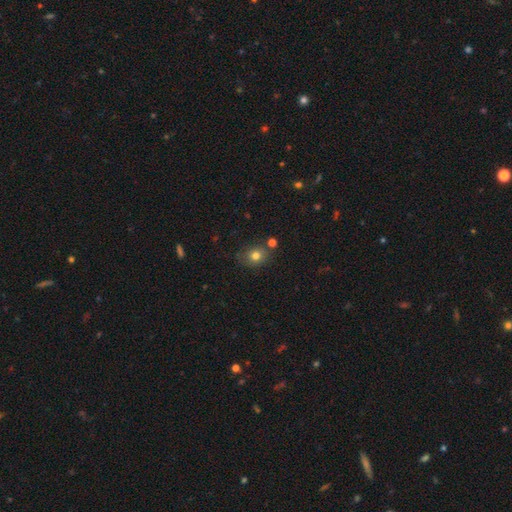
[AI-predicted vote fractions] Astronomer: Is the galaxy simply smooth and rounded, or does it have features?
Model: smooth — 77%.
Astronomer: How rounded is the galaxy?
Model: round — 58% (runner-up: in between, 41%).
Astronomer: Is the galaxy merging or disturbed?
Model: none — 73%.